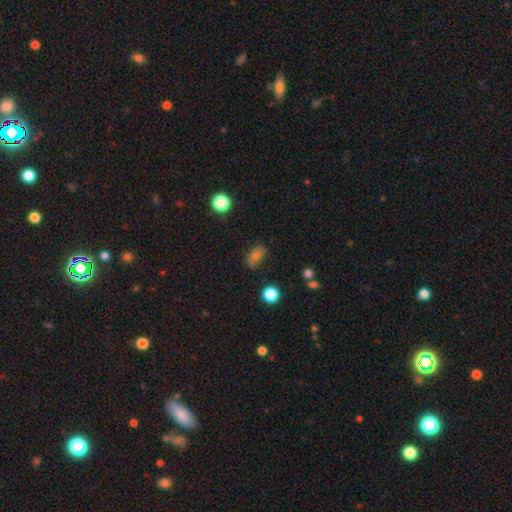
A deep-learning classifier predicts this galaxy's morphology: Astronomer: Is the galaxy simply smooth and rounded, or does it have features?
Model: smooth — 67%.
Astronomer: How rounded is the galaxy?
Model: in between — 80%.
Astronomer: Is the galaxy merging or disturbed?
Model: none — 74%.